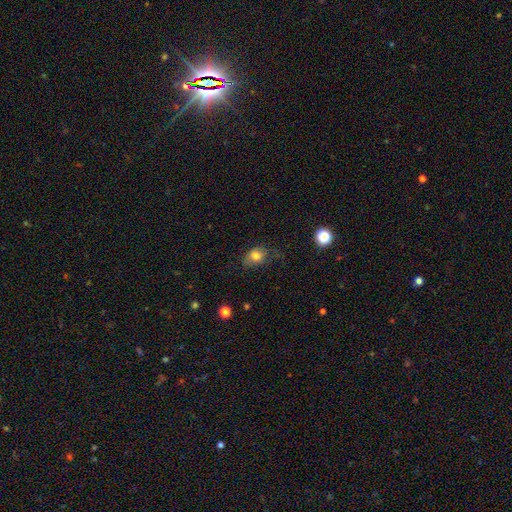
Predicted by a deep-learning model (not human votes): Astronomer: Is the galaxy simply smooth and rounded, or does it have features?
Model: smooth — 76%.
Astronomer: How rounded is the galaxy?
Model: in between — 64%.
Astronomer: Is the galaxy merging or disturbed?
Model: none — 60%.